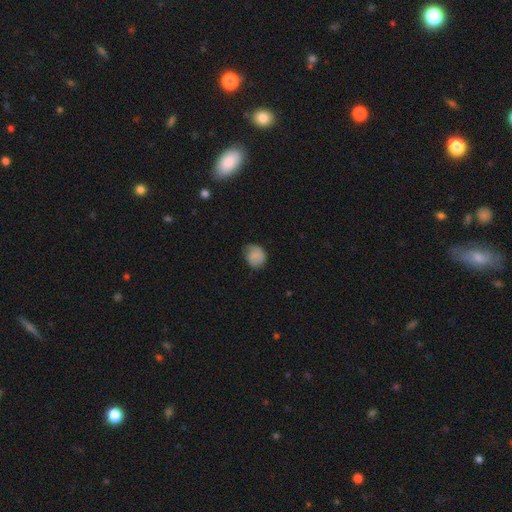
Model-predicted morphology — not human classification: smooth_or_featured: smooth (p=0.78) [alt: featured or disk p=0.13]
how_rounded: round (p=0.69) [alt: in between p=0.30]
merging: none (p=0.69) [alt: minor disturbance p=0.24]